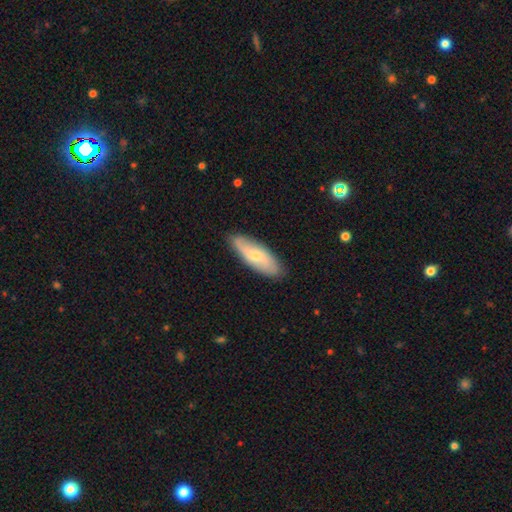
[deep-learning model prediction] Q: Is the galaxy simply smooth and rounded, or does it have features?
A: smooth — 48%.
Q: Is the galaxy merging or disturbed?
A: none — 83%.